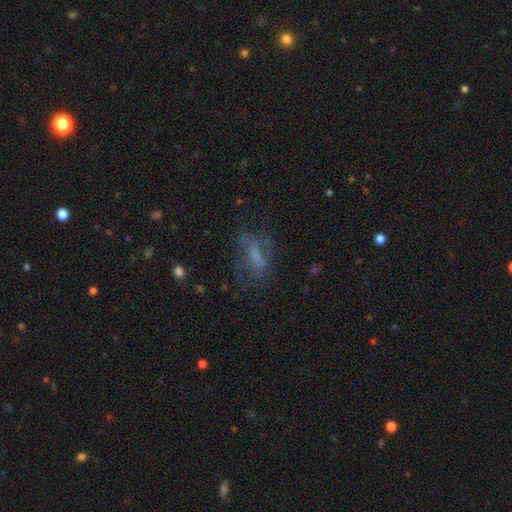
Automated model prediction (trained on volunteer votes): This is marginally a smooth galaxy (43%). Merging: possibly none (53%).